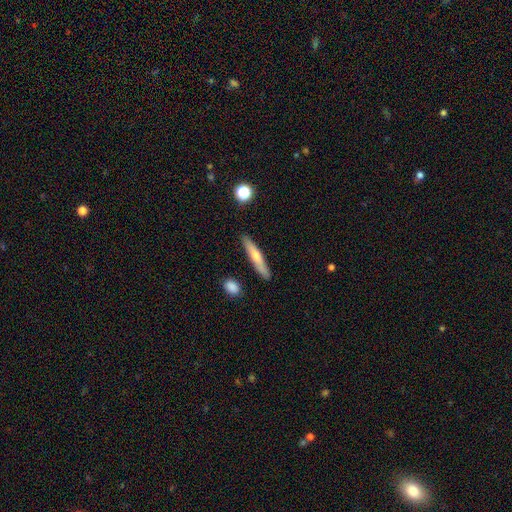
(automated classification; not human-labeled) This is possibly a smooth galaxy (53%). How rounded: clearly cigar-shaped (90%). Merging: clearly none (88%).